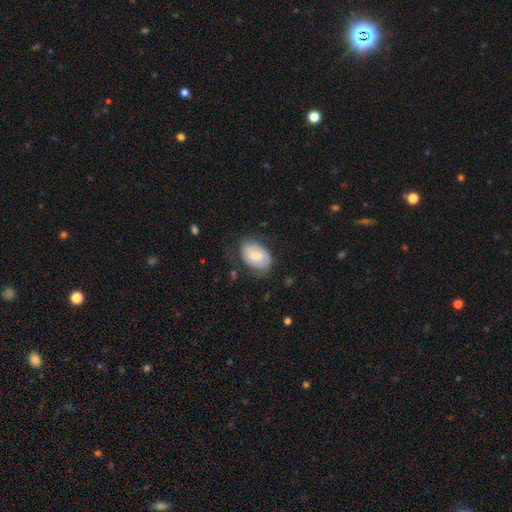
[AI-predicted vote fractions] Overall: smooth (64%; featured or disk 29%). How rounded: in between (86%). Merging: none (59%; minor disturbance 28%).